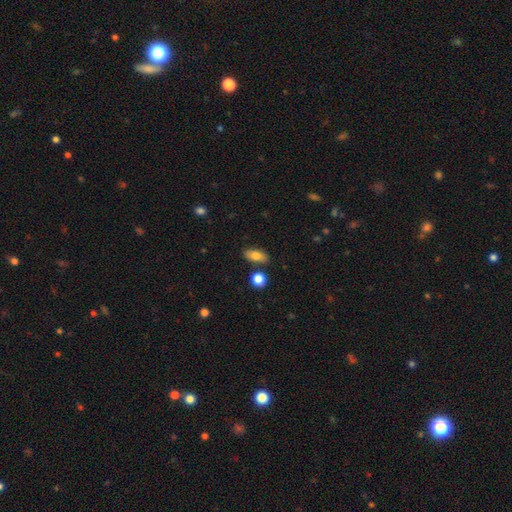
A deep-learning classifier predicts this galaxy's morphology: smooth_or_featured: smooth (p=0.78) [alt: featured or disk p=0.14]
how_rounded: in between (p=0.82) [alt: cigar-shaped p=0.11]
merging: none (p=0.81) [alt: minor disturbance p=0.10]